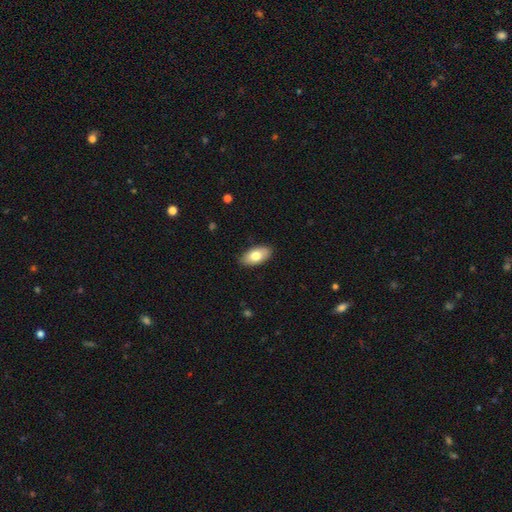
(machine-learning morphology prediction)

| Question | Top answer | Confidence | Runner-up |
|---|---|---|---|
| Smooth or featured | smooth | 77% | featured or disk (17%) |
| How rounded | in between | 93% | cigar-shaped (4%) |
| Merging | none | 87% | minor disturbance (10%) |